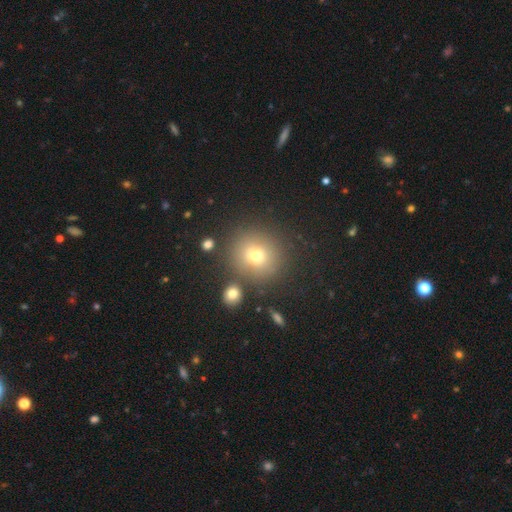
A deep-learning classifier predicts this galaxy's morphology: Q: Smooth or featured?
A: smooth (70%); runner-up: star or artifact (18%)
Q: How rounded?
A: round (89%); runner-up: in between (10%)
Q: Merging?
A: none (82%); runner-up: minor disturbance (9%)